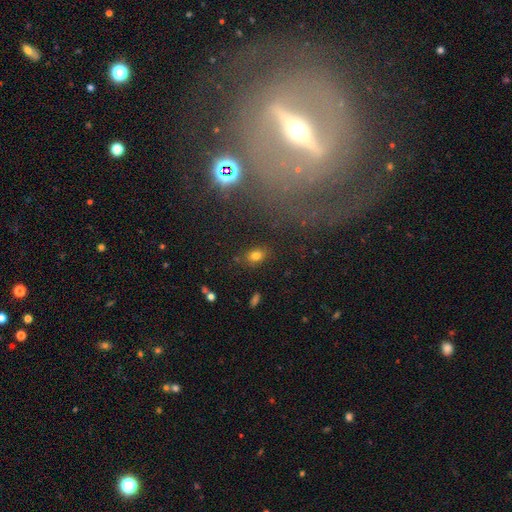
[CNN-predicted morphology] smooth_or_featured: smooth (p=0.78) [alt: star or artifact p=0.13]
how_rounded: in between (p=0.76) [alt: round p=0.22]
merging: none (p=0.82) [alt: minor disturbance p=0.12]